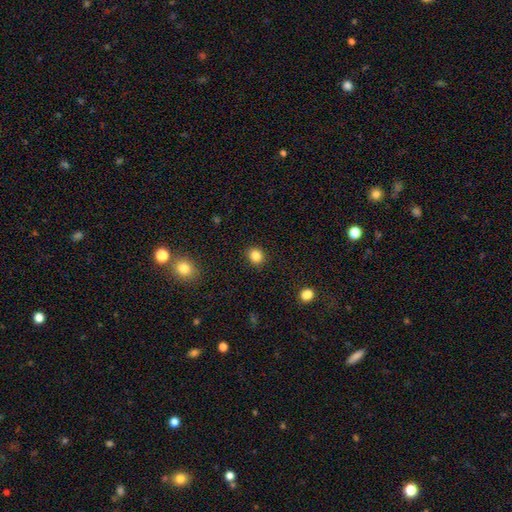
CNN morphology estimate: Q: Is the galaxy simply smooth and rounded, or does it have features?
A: smooth — 85%.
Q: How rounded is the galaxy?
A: round — 73%.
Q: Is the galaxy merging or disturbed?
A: none — 90%.